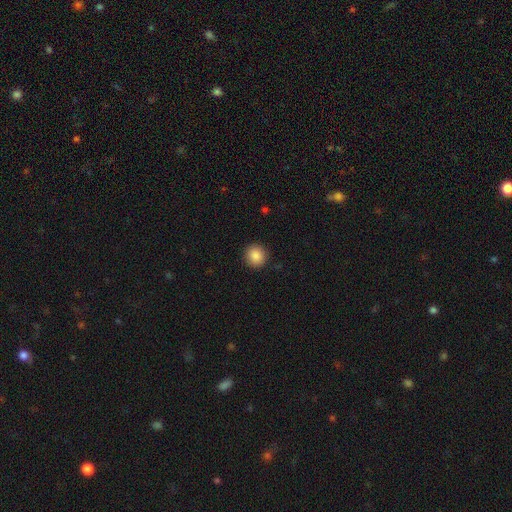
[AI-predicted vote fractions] Smooth or featured: smooth — 87% (star or artifact — 9%)
How rounded: round — 90% (in between — 9%)
Merging: none — 91% (minor disturbance — 6%)